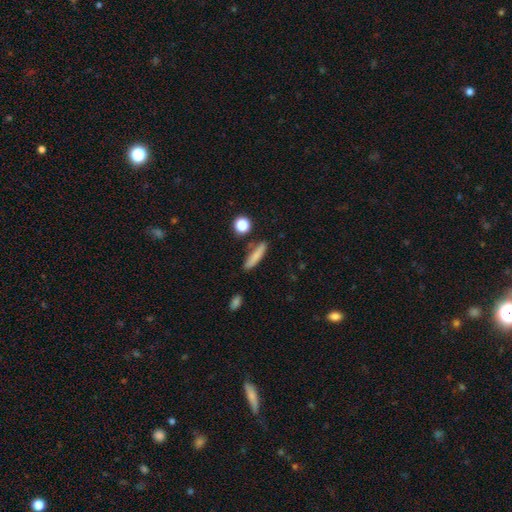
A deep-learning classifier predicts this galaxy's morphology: Smooth or featured? smooth (80%)
How rounded? cigar-shaped (78%)
Merging? none (80%)